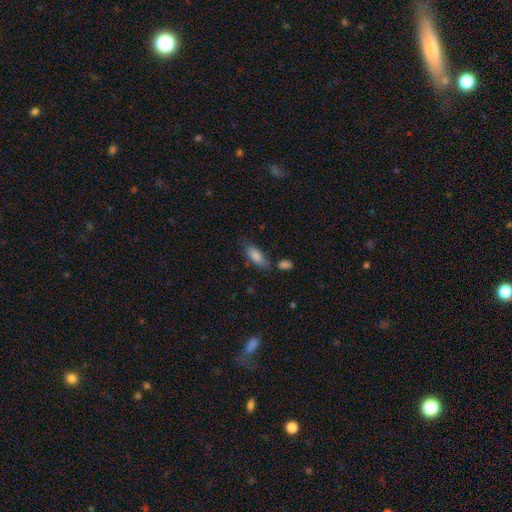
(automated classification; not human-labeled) Smooth or featured? smooth (82%)
How rounded? in between (67%)
Merging? none (69%)